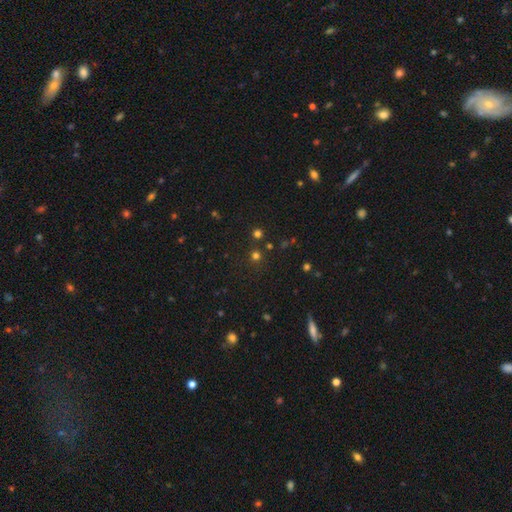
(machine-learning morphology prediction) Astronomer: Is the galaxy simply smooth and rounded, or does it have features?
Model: smooth — 65%.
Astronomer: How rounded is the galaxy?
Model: round — 93%.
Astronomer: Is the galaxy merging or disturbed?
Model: none — 85%.